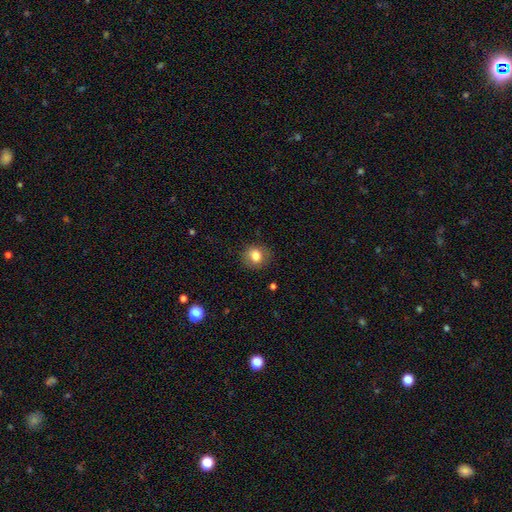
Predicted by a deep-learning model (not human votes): smooth_or_featured: smooth (p=0.81) [alt: star or artifact p=0.10]
how_rounded: round (p=0.76) [alt: in between p=0.23]
merging: none (p=0.85) [alt: minor disturbance p=0.11]